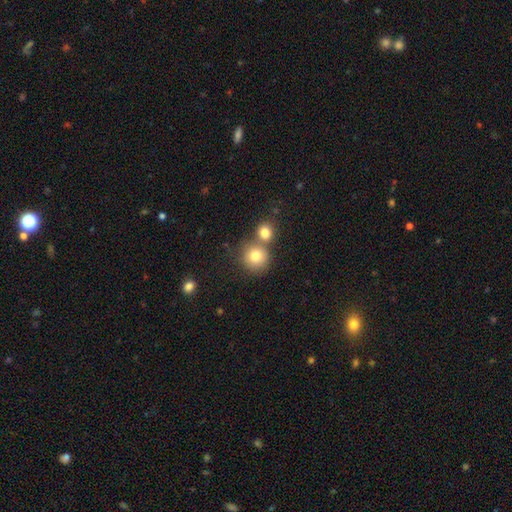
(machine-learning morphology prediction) Smooth or featured: smooth — 79% (star or artifact — 11%)
How rounded: round — 89% (in between — 11%)
Merging: none — 55% (merger — 34%)